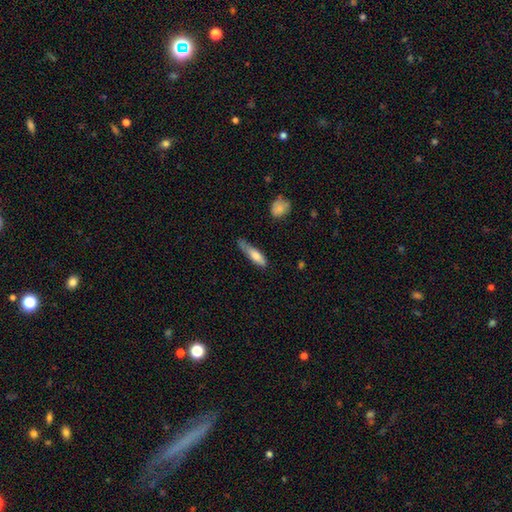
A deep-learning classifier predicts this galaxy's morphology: Overall: smooth (73%). How rounded: cigar-shaped (67%; in between 31%). Merging: none (48%; minor disturbance 37%).